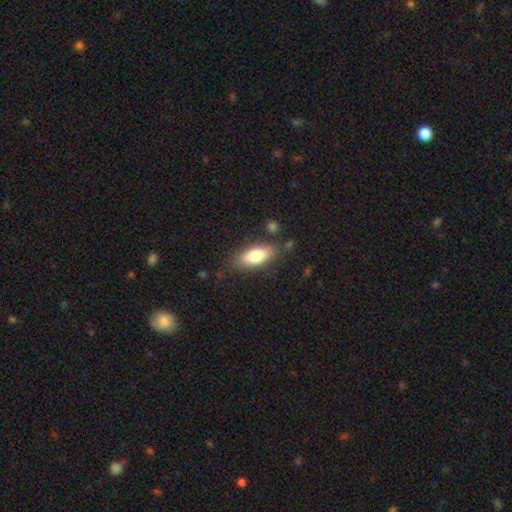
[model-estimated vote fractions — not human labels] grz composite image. It shows a smooth galaxy with no disk features (77%) that is in between round and cigar-shaped (79%). Merging: none (78%).